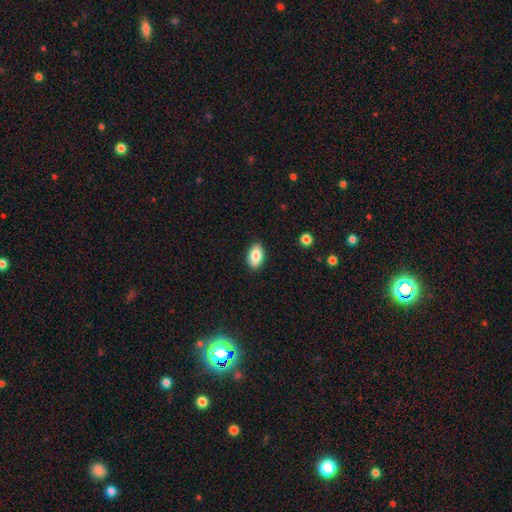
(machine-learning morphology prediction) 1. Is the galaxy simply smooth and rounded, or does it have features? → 84% smooth, 8% featured or disk, 7% star or artifact.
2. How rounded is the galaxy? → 92% in between, 5% round, 3% cigar-shaped.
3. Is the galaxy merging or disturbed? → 89% none, 8% minor disturbance, 2% major disturbance, 1% merger.